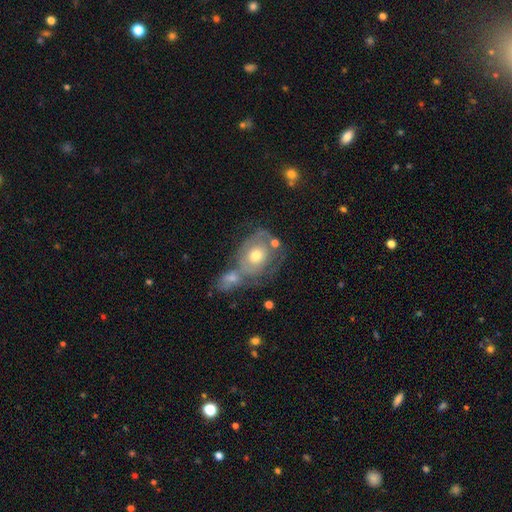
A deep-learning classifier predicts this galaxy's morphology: smooth_or_featured: featured or disk (p=0.59) [alt: smooth p=0.33]
disk_edge_on: no (p=0.95) [alt: yes p=0.05]
bar: no (p=0.86) [alt: weak p=0.11]
has_spiral_arms: yes (p=0.52) [alt: no p=0.48]
bulge_size: moderate (p=0.73) [alt: small p=0.15]
merging: merger (p=0.39) [alt: none p=0.35]